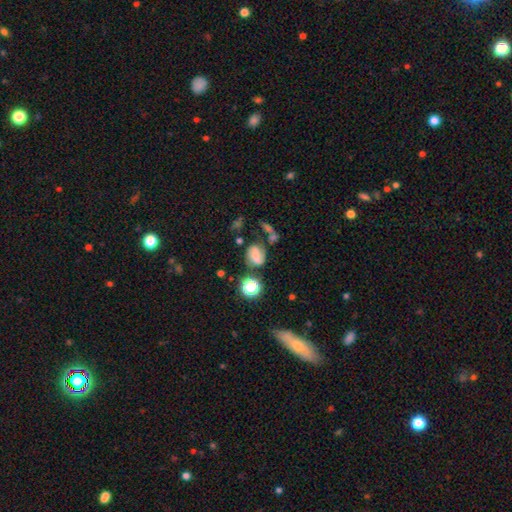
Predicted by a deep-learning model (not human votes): Overall: smooth (48%; featured or disk 35%). Merging: none (52%; minor disturbance 21%).